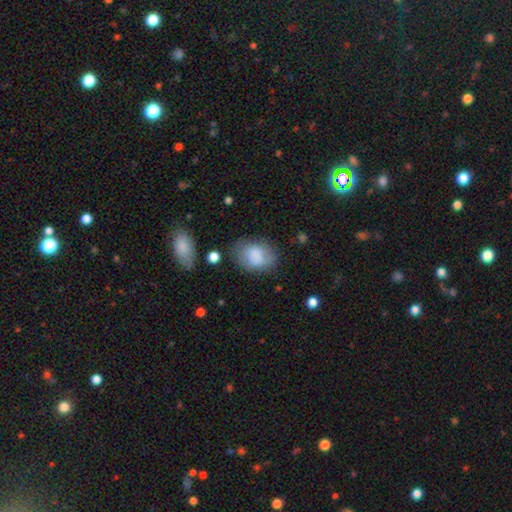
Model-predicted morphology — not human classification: Overall: smooth (76%). How rounded: in between (67%; round 32%). Merging: none (60%; minor disturbance 24%).